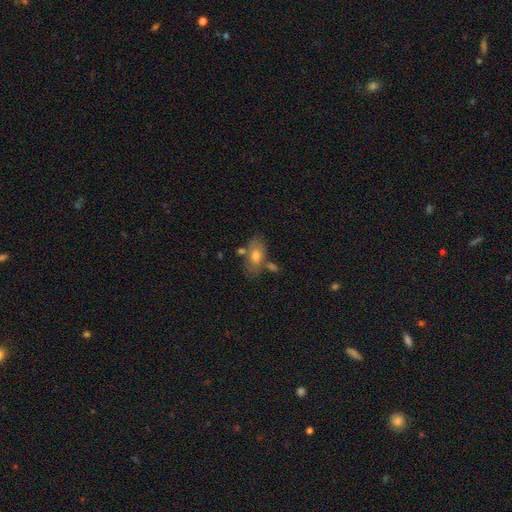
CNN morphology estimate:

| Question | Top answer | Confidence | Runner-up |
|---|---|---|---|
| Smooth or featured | smooth | 61% | featured or disk (30%) |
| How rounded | in between | 88% | round (7%) |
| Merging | none | 57% | minor disturbance (19%) |